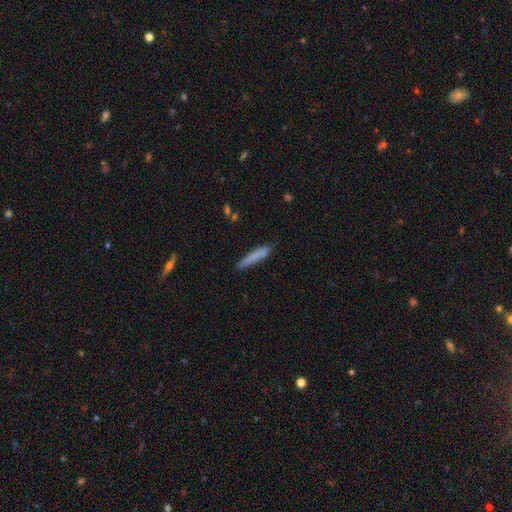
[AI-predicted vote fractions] smooth-or-featured: smooth: 79% | featured or disk: 14% | star or artifact: 7%
  how-rounded: cigar-shaped: 92% | in between: 7% | round: 1%
  merging: none: 82% | minor disturbance: 13% | major disturbance: 2% | merger: 2%